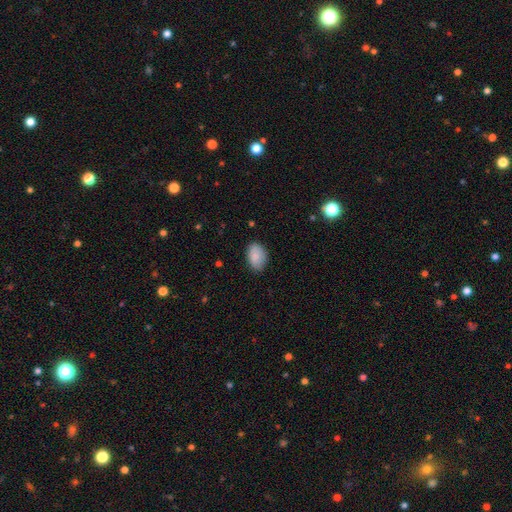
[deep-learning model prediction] A smooth galaxy with no disk features (88%) that is in between round and cigar-shaped (89%).

Vote fractions:
- Smooth or featured? smooth: 88% / star or artifact: 7% / featured or disk: 5%
- How rounded? in between: 89% / round: 10% / cigar-shaped: 1%
- Merging? none: 82% / minor disturbance: 15% / major disturbance: 3% / merger: 1%